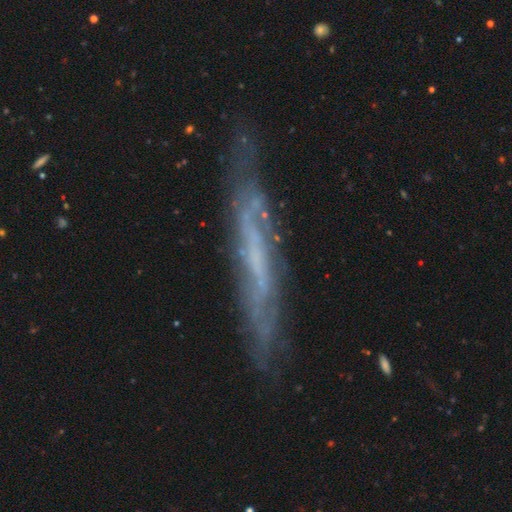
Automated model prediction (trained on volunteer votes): A featured or disk galaxy (73%) viewed edge-on (66%).

Vote fractions:
- Smooth or featured? featured or disk: 73% / smooth: 18% / star or artifact: 9%
- Edge-on disk? yes: 66% / no: 34%
- Merging? none: 73% / minor disturbance: 19% / major disturbance: 6% / merger: 2%